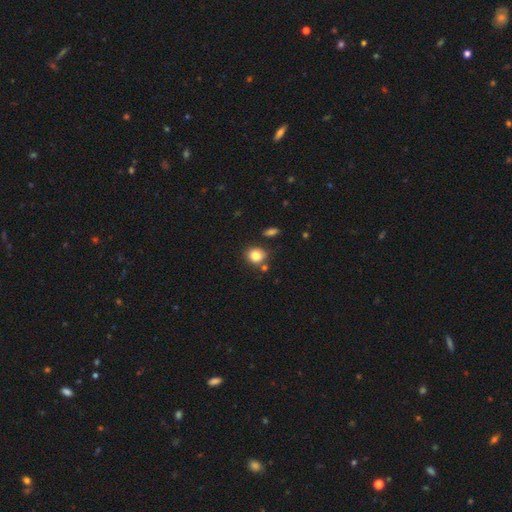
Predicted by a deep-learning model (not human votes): smooth 83%, star or artifact 10%, featured or disk 6%. Down the decision tree: how rounded — round (77%); merging — none (76%).